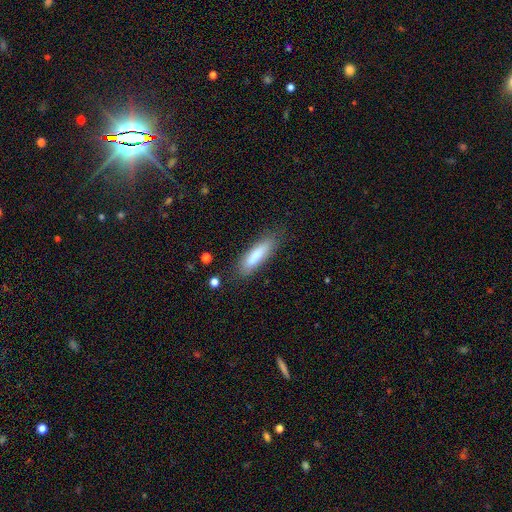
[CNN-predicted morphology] A smooth galaxy with no disk features (78%) that is cigar-shaped (65%). Merging: none (80%).